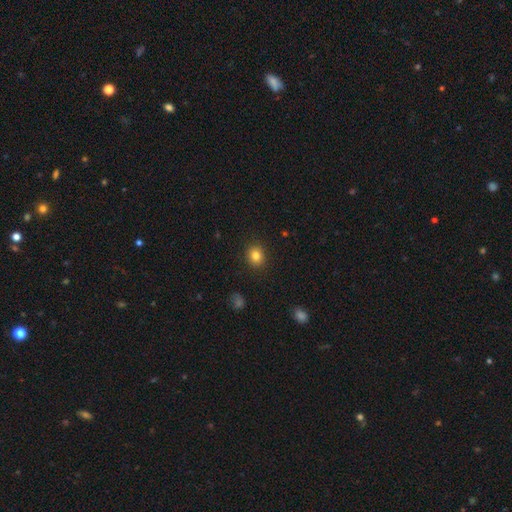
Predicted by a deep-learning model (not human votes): Q: Smooth or featured?
A: smooth (82%); runner-up: star or artifact (11%)
Q: How rounded?
A: round (70%); runner-up: in between (29%)
Q: Merging?
A: none (90%); runner-up: minor disturbance (7%)